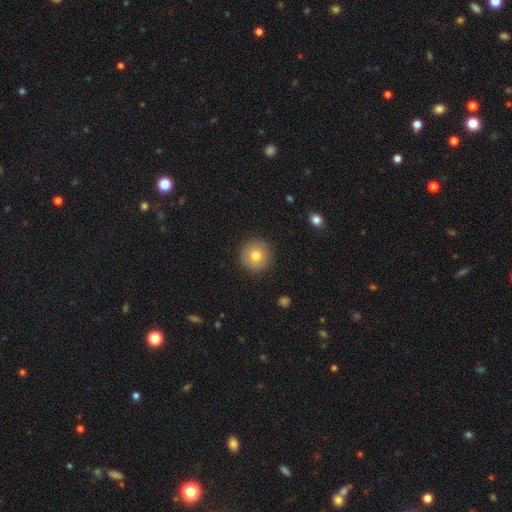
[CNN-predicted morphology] Q: Smooth or featured?
A: smooth (78%); runner-up: featured or disk (13%)
Q: How rounded?
A: round (95%); runner-up: in between (4%)
Q: Merging?
A: none (90%); runner-up: minor disturbance (7%)